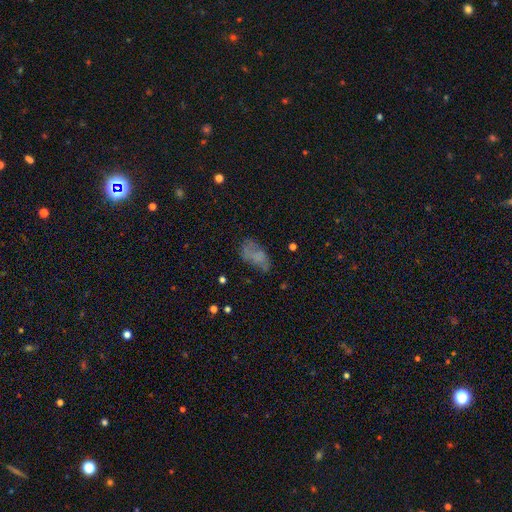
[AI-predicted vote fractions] smooth 53%, featured or disk 31%, star or artifact 16%. Down the decision tree: how rounded — in between (90%); merging — none (48%).